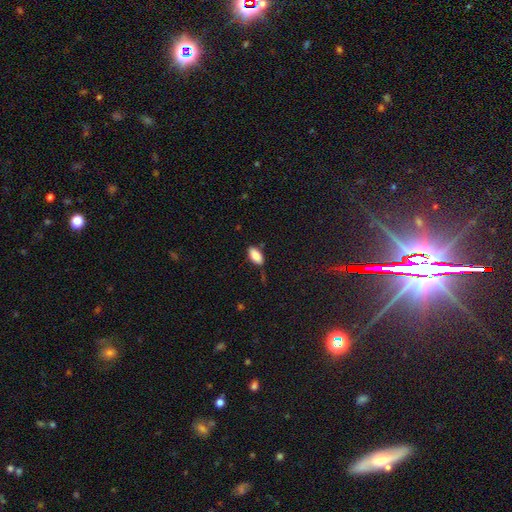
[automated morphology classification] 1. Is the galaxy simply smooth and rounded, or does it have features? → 84% smooth, 8% featured or disk, 7% star or artifact.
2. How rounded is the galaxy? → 93% in between, 4% cigar-shaped, 3% round.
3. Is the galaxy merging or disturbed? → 71% none, 21% minor disturbance, 4% major disturbance, 3% merger.